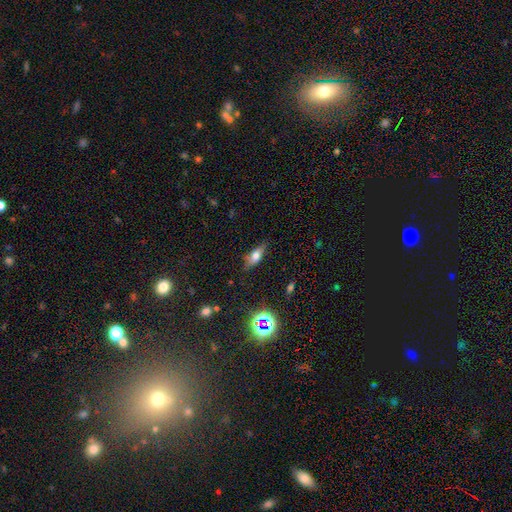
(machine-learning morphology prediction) smooth-or-featured: smooth: 62% | featured or disk: 24% | star or artifact: 14%
  how-rounded: in between: 71% | cigar-shaped: 24% | round: 5%
  merging: none: 77% | minor disturbance: 17% | major disturbance: 4% | merger: 2%